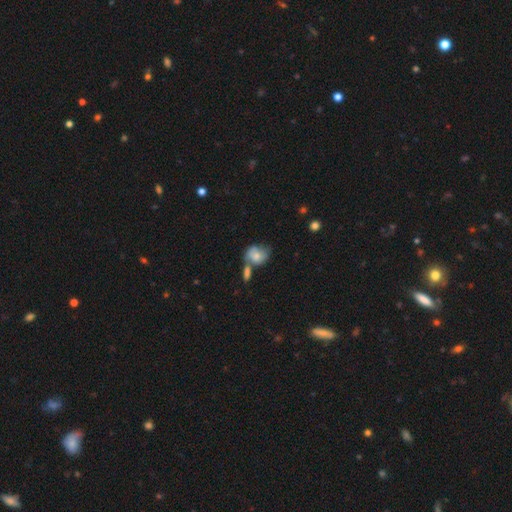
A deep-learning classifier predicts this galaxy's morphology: type=smooth (65%); roundness=in between (53%); merging=merger (36%).